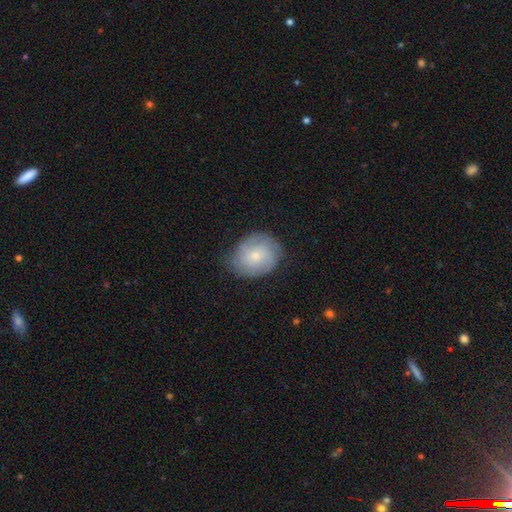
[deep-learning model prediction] This is possibly a smooth galaxy (47%). Merging: likely none (74%).